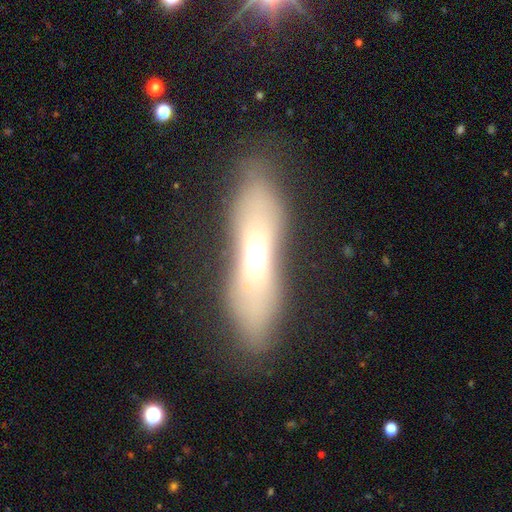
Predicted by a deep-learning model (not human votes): The model was most divided on "smooth or featured": smooth: 50%, featured or disk: 40%, star or artifact: 11%. More confident: merging — none (58%).